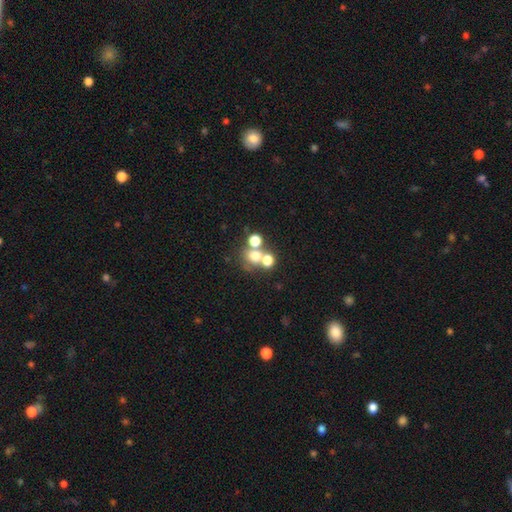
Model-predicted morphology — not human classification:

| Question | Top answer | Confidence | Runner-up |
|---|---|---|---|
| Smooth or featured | smooth | 63% | star or artifact (21%) |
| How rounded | round | 76% | in between (23%) |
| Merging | merger | 46% | none (42%) |